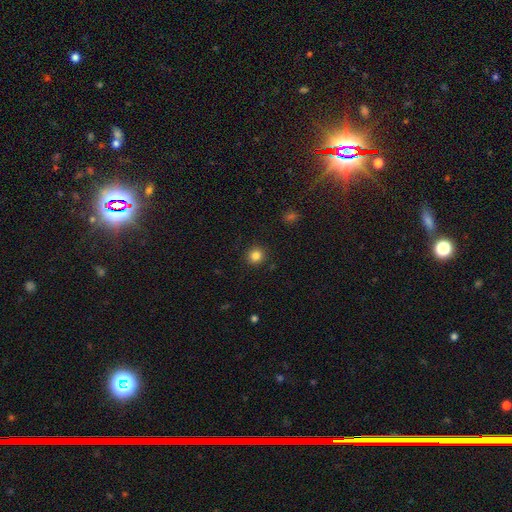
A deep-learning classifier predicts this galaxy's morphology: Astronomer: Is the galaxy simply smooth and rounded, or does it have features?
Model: smooth — 84%.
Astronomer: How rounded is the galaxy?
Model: round — 93%.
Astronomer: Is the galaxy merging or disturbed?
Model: none — 91%.